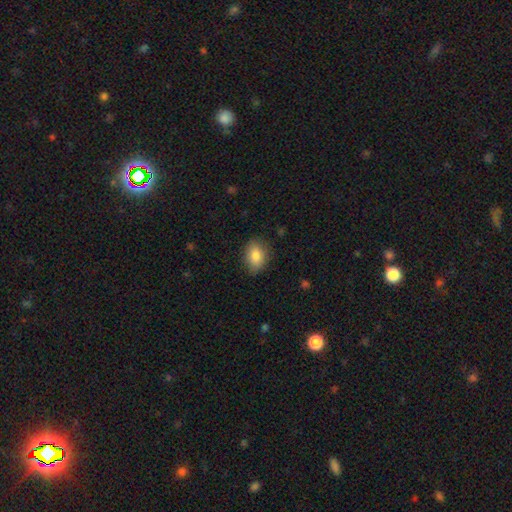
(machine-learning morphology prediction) smooth-or-featured: smooth: 85% | featured or disk: 8% | star or artifact: 8%
  how-rounded: in between: 77% | round: 21% | cigar-shaped: 1%
  merging: none: 83% | minor disturbance: 13% | major disturbance: 3% | merger: 1%